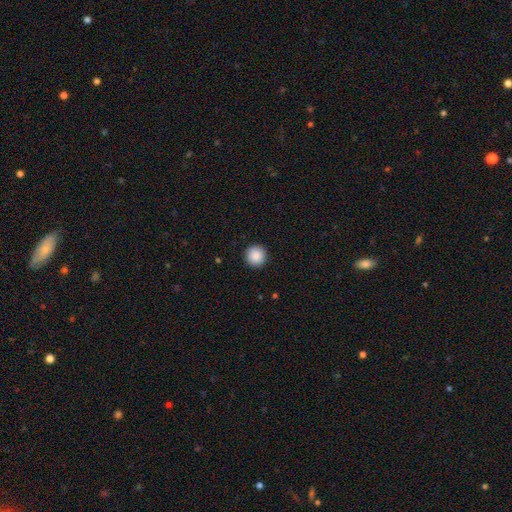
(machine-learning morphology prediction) A smooth galaxy with no disk features (89%) that is round (94%).

Vote fractions:
- Smooth or featured? smooth: 89% / star or artifact: 8% / featured or disk: 3%
- How rounded? round: 94% / in between: 5% / cigar-shaped: 1%
- Merging? none: 92% / minor disturbance: 5% / major disturbance: 2% / merger: 1%